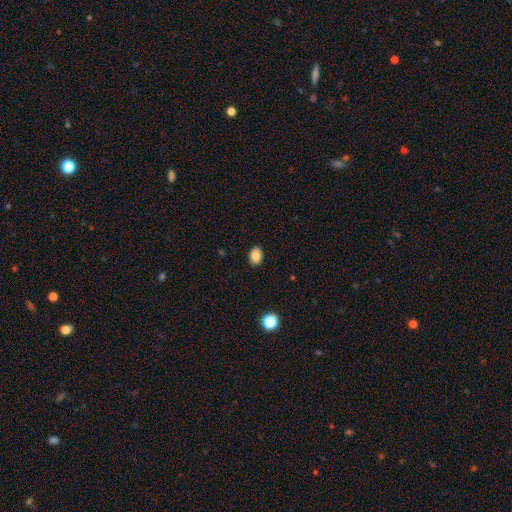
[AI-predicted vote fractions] Smooth or featured: smooth — 87% (star or artifact — 10%)
How rounded: in between — 78% (round — 21%)
Merging: none — 89% (minor disturbance — 8%)